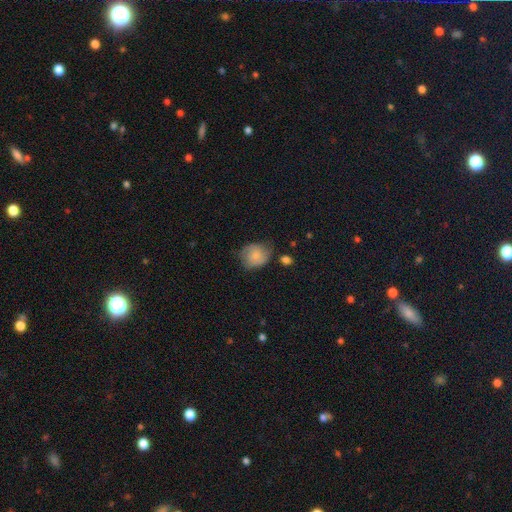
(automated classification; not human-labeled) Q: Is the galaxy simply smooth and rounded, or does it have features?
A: smooth — 72%.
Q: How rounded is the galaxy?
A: round — 63%.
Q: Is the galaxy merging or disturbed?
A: none — 57%.